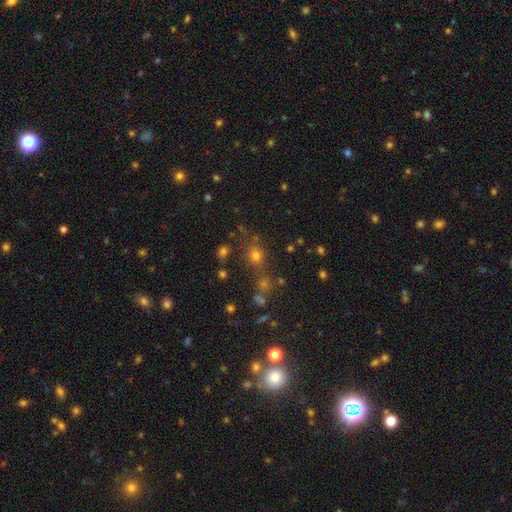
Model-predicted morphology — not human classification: type=smooth (60%); roundness=round (81%); merging=none (71%).